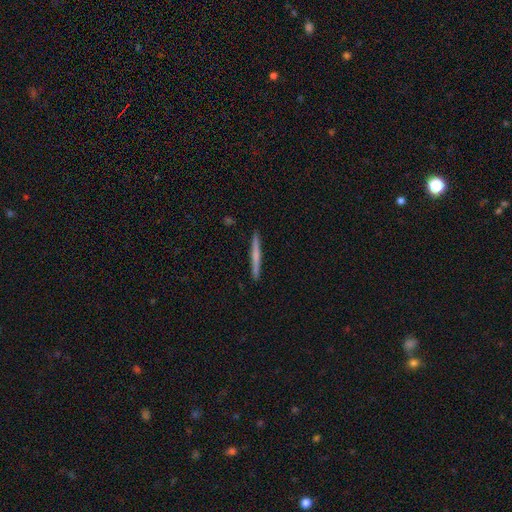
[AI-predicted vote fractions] This is possibly a smooth galaxy (55%). How rounded: clearly cigar-shaped (97%). Merging: clearly none (92%).